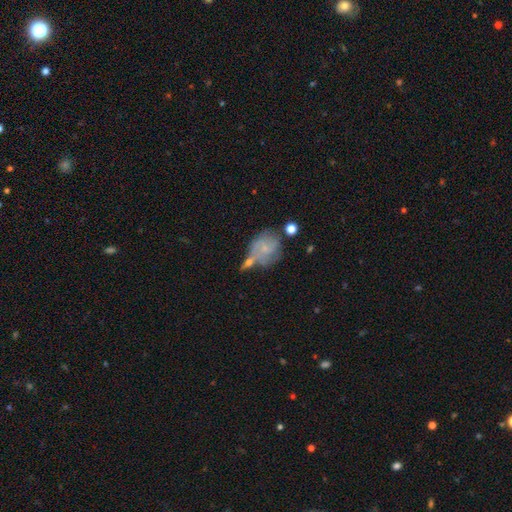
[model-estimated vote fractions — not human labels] A featured or disk galaxy (54%) with no bar (65%), spiral arms (74%) and a small central bulge (68%). Merging: none (42%).